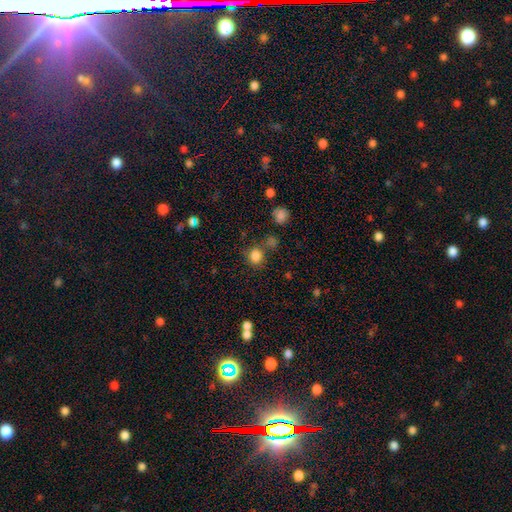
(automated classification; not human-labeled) The model was most divided on "merging": none: 71%, minor disturbance: 12%, merger: 12%, major disturbance: 5%. More confident: smooth or featured — smooth (83%); how rounded — round (80%).